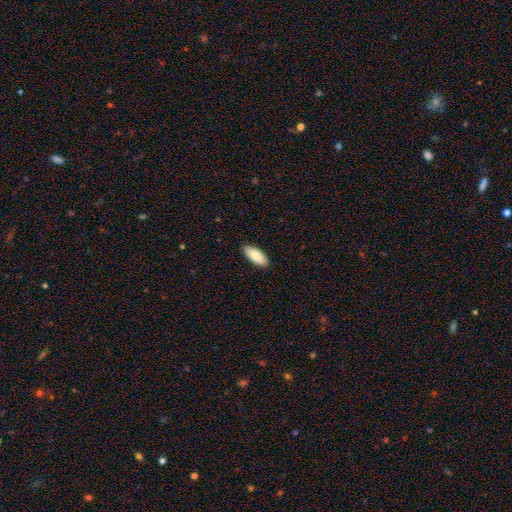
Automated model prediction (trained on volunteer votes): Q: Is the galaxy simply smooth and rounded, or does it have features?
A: smooth — 84%.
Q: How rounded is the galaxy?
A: in between — 83%.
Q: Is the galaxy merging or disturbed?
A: none — 89%.